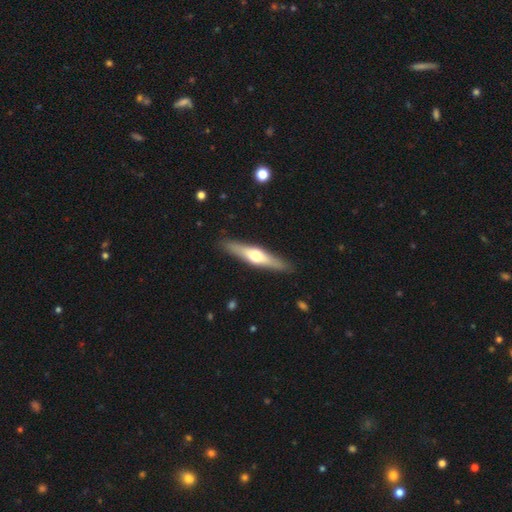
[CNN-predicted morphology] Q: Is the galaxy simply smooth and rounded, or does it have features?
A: featured or disk — 58%.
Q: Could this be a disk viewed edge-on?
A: yes — 94%.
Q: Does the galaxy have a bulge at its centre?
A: rounded — 92%.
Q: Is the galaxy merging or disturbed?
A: none — 90%.